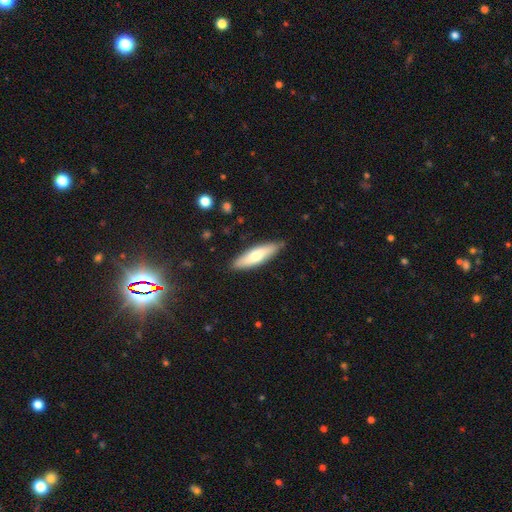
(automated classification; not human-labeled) Q: Smooth or featured?
A: smooth (66%); runner-up: featured or disk (29%)
Q: How rounded?
A: cigar-shaped (60%); runner-up: in between (38%)
Q: Merging?
A: none (85%); runner-up: minor disturbance (12%)